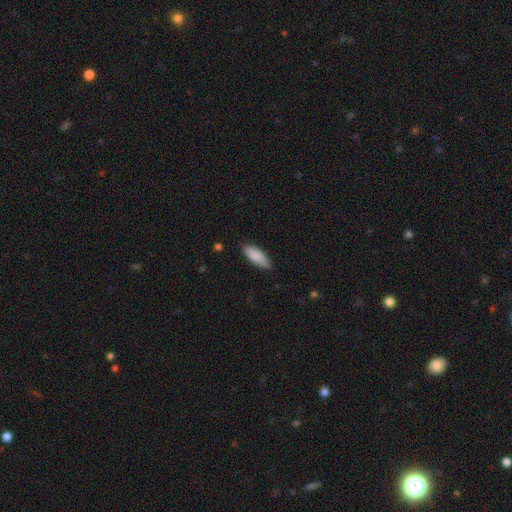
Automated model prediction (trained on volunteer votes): This is clearly a smooth galaxy (89%). How rounded: likely in between (70%). Merging: clearly none (85%).